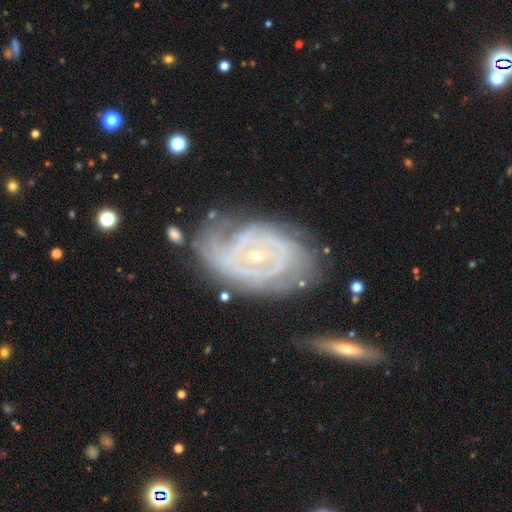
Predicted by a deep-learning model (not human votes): A featured or disk galaxy (87%) with no bar (64%), tight (69%) spiral arms (92%) and a small central bulge (76%).

Vote fractions:
- Smooth or featured? featured or disk: 87% / smooth: 7% / star or artifact: 6%
- Edge-on disk? no: 96% / yes: 4%
- Bar? no: 64% / weak: 26% / strong: 9%
- Spiral arms? yes: 92% / no: 8%
- Spiral winding? tight: 69% / medium: 24% / loose: 7%
- Spiral arm count? can't tell: 35% / 2: 30% / 3: 16% / 4: 8% / 1: 6% / more than 4: 5%
- Bulge size? small: 76% / moderate: 21% / none: 1% / large: 1% / dominant: 1%
- Merging? none: 54% / minor disturbance: 27% / major disturbance: 15% / merger: 4%